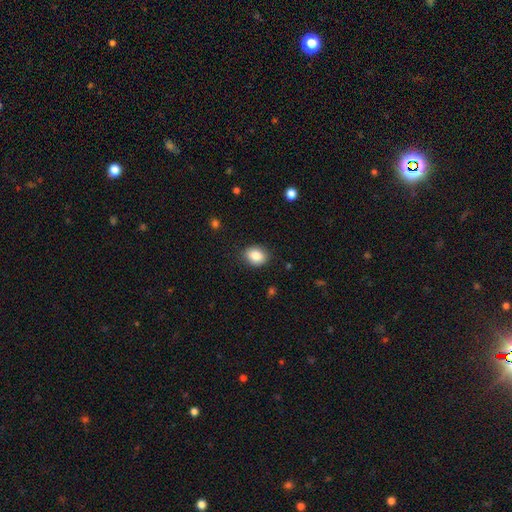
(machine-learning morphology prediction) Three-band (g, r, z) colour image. It shows a smooth galaxy with no disk features (86%) that is in between round and cigar-shaped (55%). Merging: none (86%).